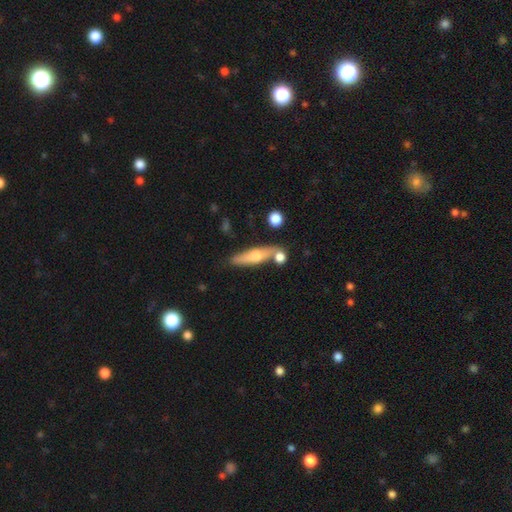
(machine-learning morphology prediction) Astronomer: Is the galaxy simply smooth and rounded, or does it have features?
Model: featured or disk — 49% (runner-up: smooth, 45%).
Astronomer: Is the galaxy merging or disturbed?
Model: none — 68%.